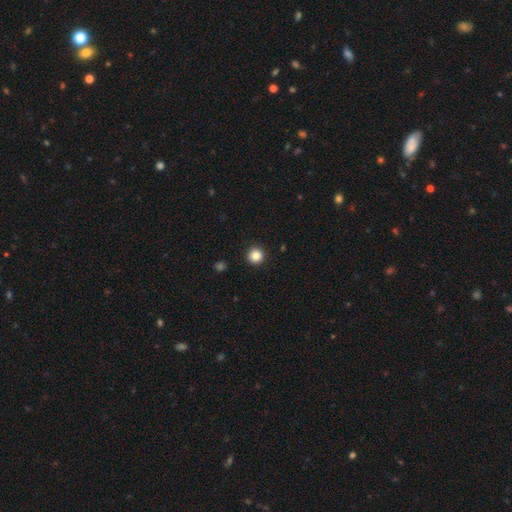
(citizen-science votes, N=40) Smooth or featured? smooth (90%)
How rounded? round (97%)
Merging? none (97%)